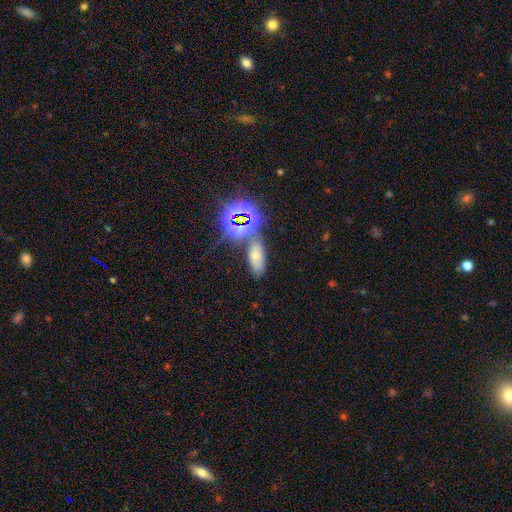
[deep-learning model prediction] A smooth galaxy with no disk features (52%) that is in between round and cigar-shaped (80%).

Vote fractions:
- Smooth or featured? smooth: 52% / star or artifact: 33% / featured or disk: 15%
- How rounded? in between: 80% / cigar-shaped: 12% / round: 8%
- Merging? none: 67% / minor disturbance: 14% / merger: 13% / major disturbance: 6%